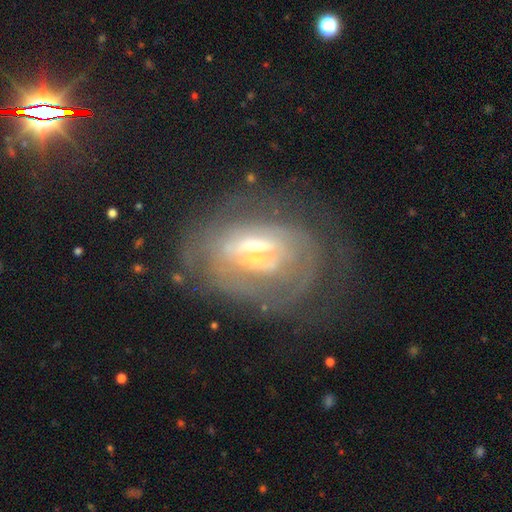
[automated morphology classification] featured or disk 70%, smooth 20%, star or artifact 10%. Down the decision tree: edge-on disk — no (87%); bar — strong (36%); spiral arms — yes (51%); bulge size — moderate (41%); merging — none (49%).